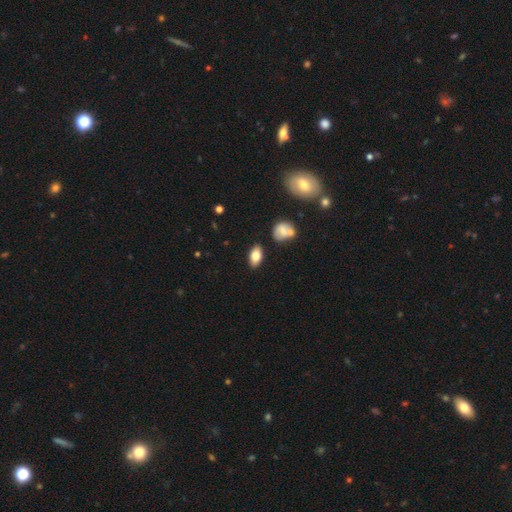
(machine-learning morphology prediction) This appears to be a smooth galaxy with no disk features (75%) that is in between round and cigar-shaped (89%). Merging: none (85%).